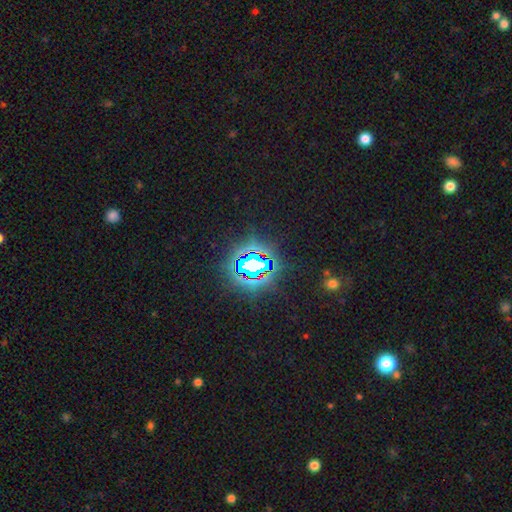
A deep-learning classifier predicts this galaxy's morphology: The model was most divided on "smooth or featured": star or artifact: 79%, smooth: 12%, featured or disk: 9%.